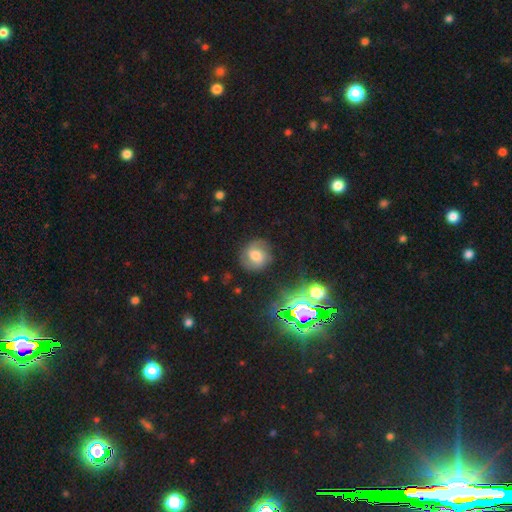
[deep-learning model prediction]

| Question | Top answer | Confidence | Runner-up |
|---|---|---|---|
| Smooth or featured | smooth | 46% | featured or disk (39%) |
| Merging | none | 79% | minor disturbance (14%) |